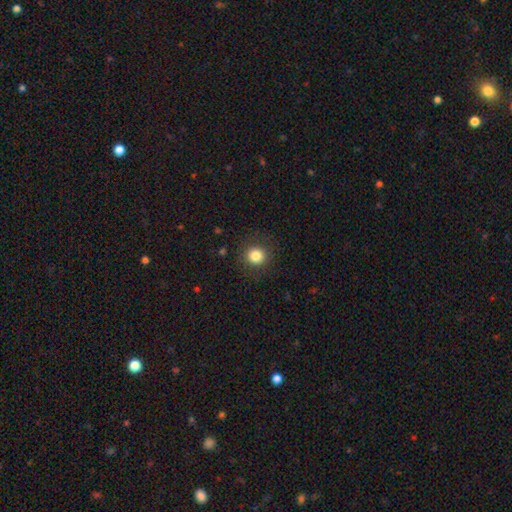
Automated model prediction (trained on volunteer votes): A smooth galaxy with no disk features (82%) that is round (91%). Merging: none (88%).